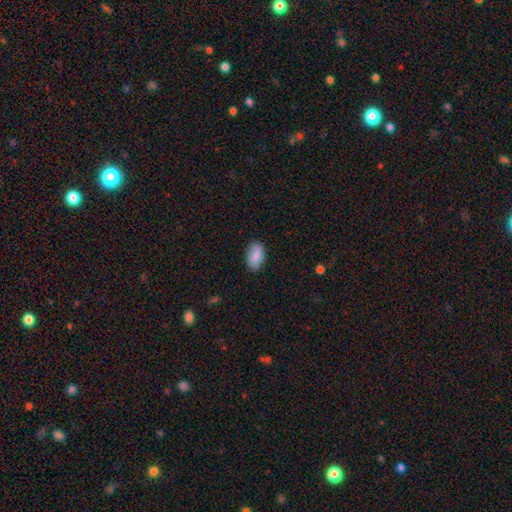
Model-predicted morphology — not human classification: A smooth galaxy with no disk features (86%) that is in between round and cigar-shaped (93%).

Vote fractions:
- Smooth or featured? smooth: 86% / featured or disk: 7% / star or artifact: 7%
- How rounded? in between: 93% / round: 4% / cigar-shaped: 2%
- Merging? none: 85% / minor disturbance: 11% / major disturbance: 2% / merger: 1%